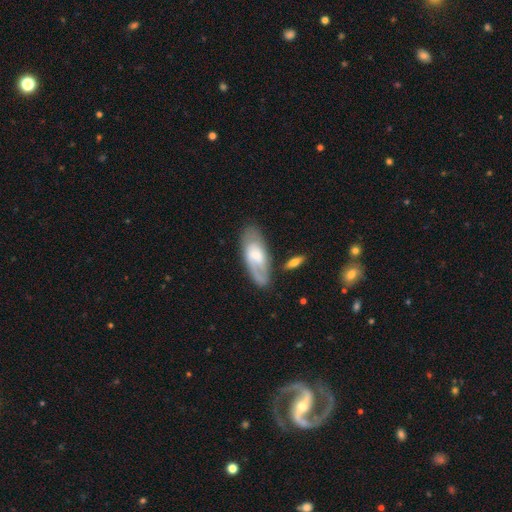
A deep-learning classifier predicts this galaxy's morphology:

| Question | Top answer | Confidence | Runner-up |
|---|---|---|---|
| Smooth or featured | featured or disk | 50% | smooth (44%) |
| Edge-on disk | no | 87% | yes (13%) |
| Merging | none | 64% | minor disturbance (21%) |